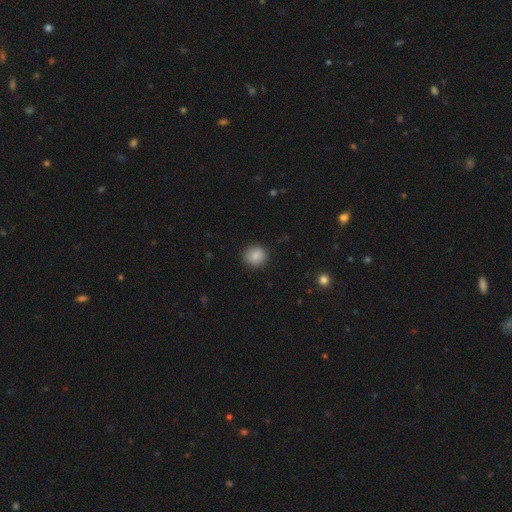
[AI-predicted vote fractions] Overall: smooth (87%). How rounded: round (87%). Merging: none (90%).